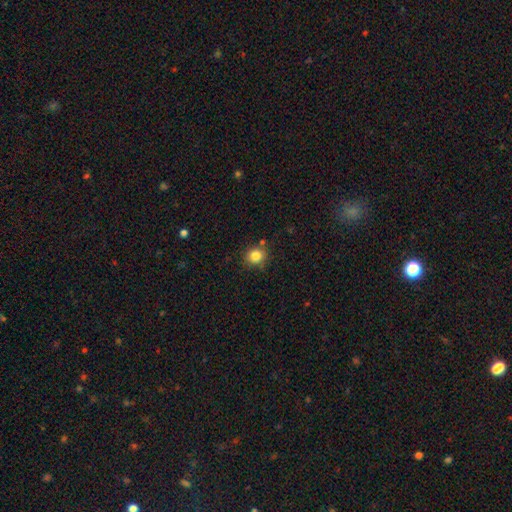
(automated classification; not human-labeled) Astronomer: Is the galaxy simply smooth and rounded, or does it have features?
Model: smooth — 84%.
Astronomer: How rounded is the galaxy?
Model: round — 85%.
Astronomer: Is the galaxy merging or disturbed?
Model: none — 79%.